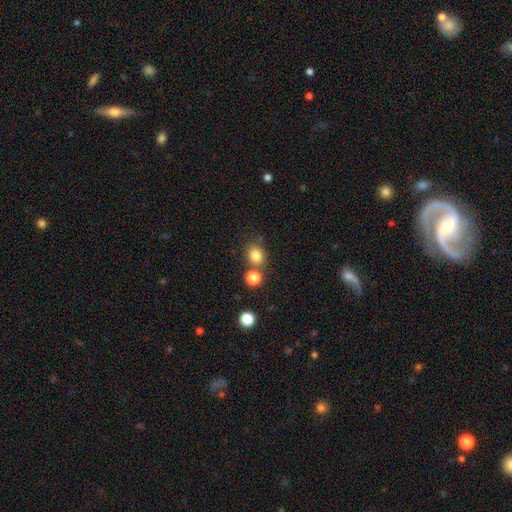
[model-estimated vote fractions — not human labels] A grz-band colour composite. It shows a smooth galaxy with no disk features (82%) that is round (64%). Merging: none (70%).